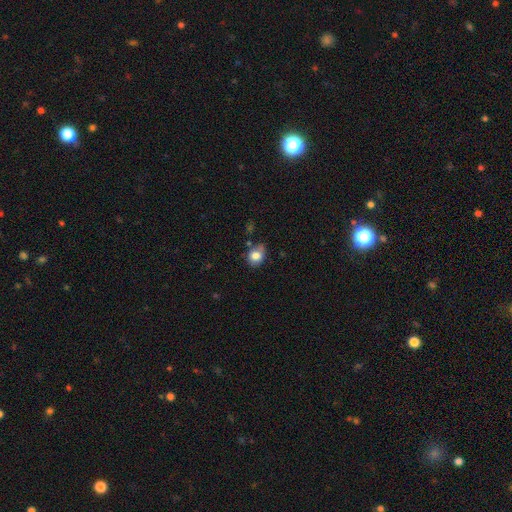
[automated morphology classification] Smooth or featured? Predicted: smooth (p=0.80). How rounded? Predicted: in between (p=0.51). Merging? Predicted: none (p=0.59).